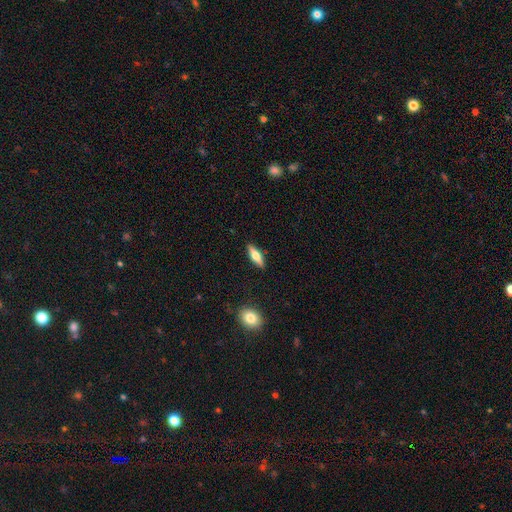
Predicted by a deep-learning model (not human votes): Smooth or featured? smooth (53%)
How rounded? cigar-shaped (52%)
Merging? none (89%)